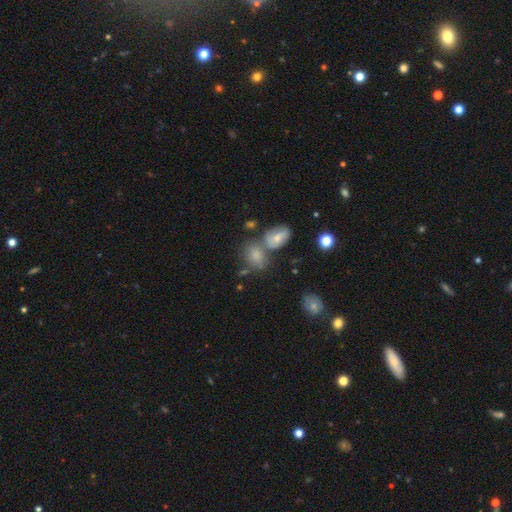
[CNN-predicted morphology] Smooth or featured? smooth (72%)
How rounded? in between (64%)
Merging? none (40%)